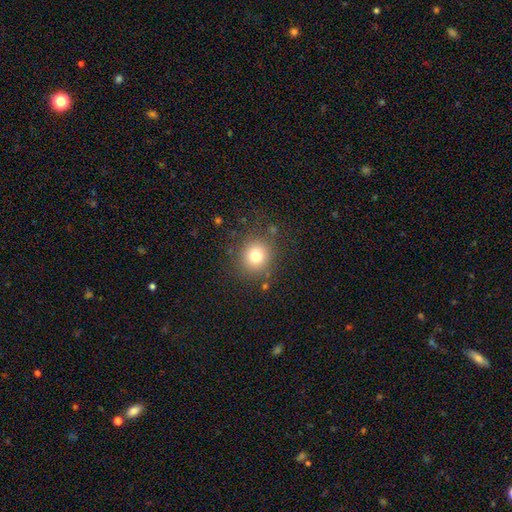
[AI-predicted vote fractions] Smooth or featured?
  - smooth: 76% *
  - star or artifact: 14%
  - featured or disk: 10%
How rounded?
  - round: 89% *
  - in between: 10%
  - cigar-shaped: 1%
Merging?
  - none: 84% *
  - minor disturbance: 9%
  - major disturbance: 4%
  - merger: 2%